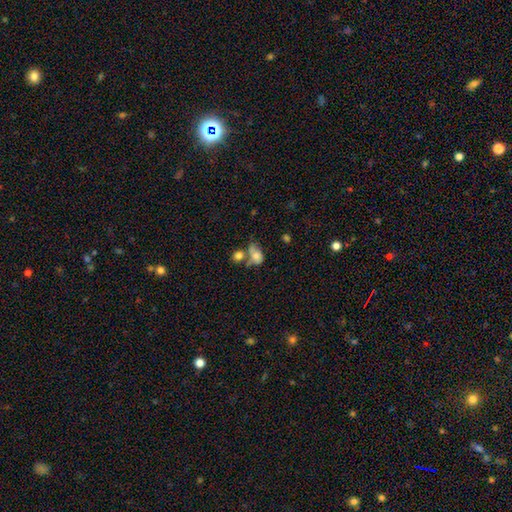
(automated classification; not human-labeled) Smooth or featured: smooth — 71% (featured or disk — 19%)
How rounded: in between — 71% (round — 27%)
Merging: merger — 44% (none — 24%)